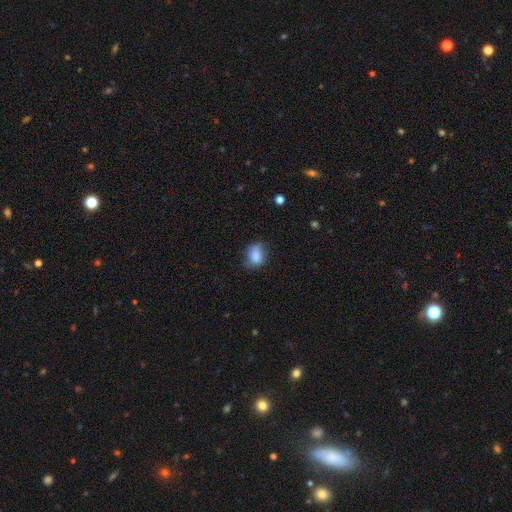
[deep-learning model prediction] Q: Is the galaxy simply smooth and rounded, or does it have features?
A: smooth — 83%.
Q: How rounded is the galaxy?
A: in between — 63%.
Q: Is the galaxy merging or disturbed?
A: none — 65%.